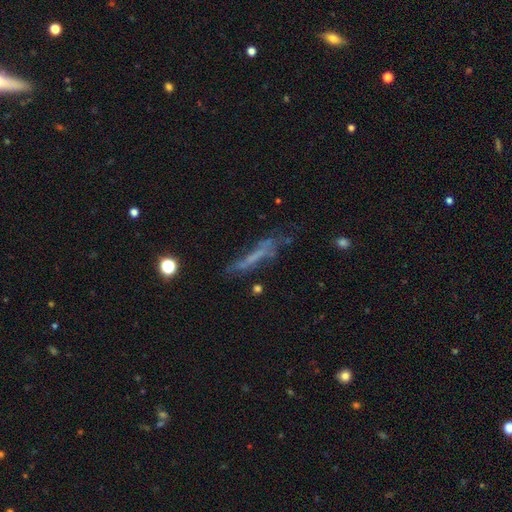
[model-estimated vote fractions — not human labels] Q: Smooth or featured?
A: featured or disk (45%); runner-up: smooth (37%)
Q: Merging?
A: none (47%); runner-up: minor disturbance (25%)